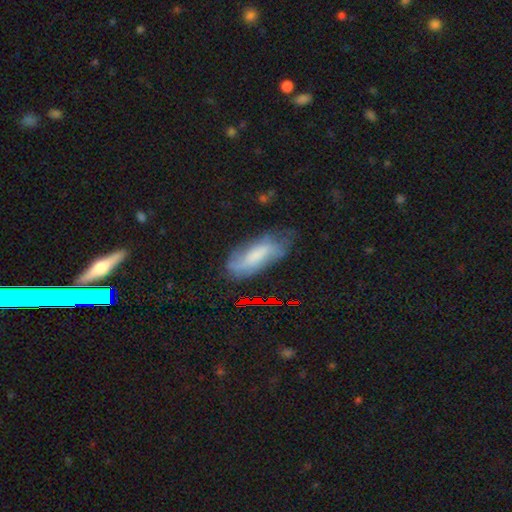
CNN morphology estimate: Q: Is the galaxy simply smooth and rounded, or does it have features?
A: smooth — 50%.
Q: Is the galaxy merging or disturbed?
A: none — 53%.